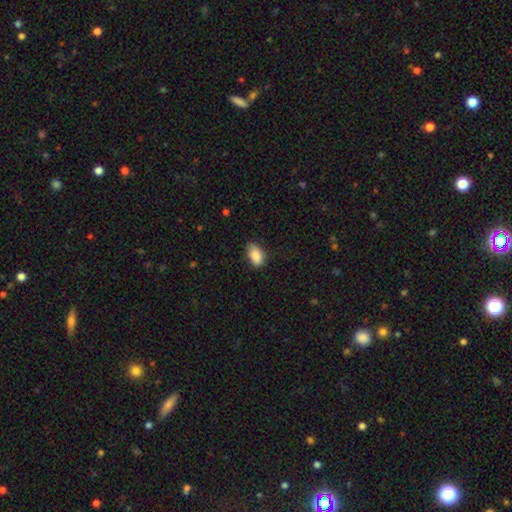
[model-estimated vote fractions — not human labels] This appears to be a smooth galaxy with no disk features (88%) that is in between round and cigar-shaped (91%). Merging: none (76%).